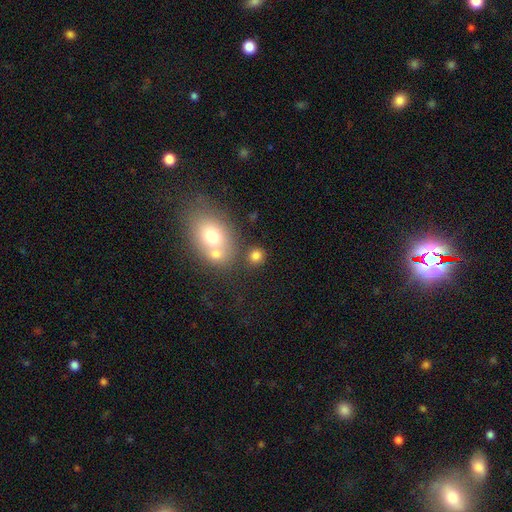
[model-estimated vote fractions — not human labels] Smooth or featured? smooth (80%)
How rounded? round (79%)
Merging? none (70%)